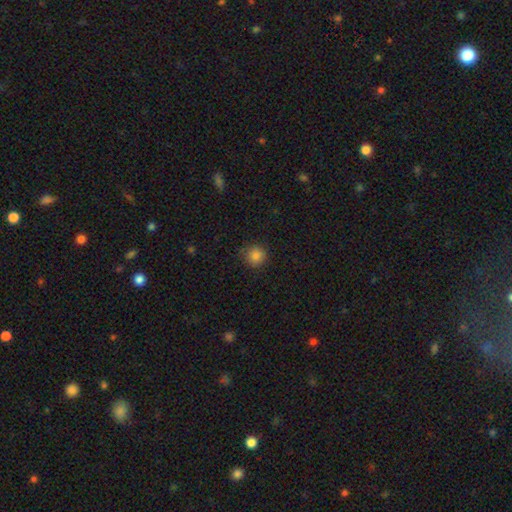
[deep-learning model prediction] smooth_or_featured: smooth (p=0.85) [alt: star or artifact p=0.11]
how_rounded: round (p=0.92) [alt: in between p=0.07]
merging: none (p=0.83) [alt: minor disturbance p=0.13]